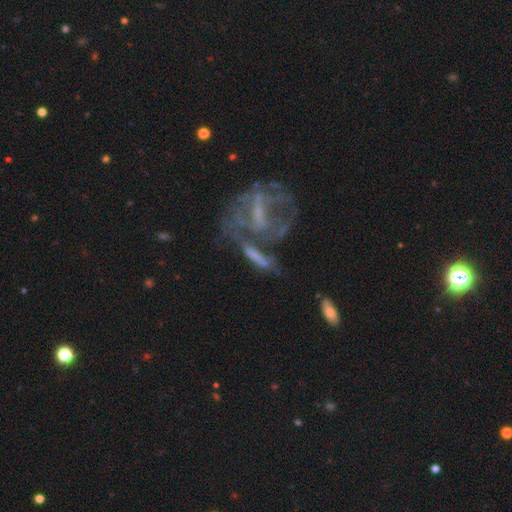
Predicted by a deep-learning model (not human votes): Morphology: type=featured or disk (59%); edge-on=no (80%); merging=none (39%).